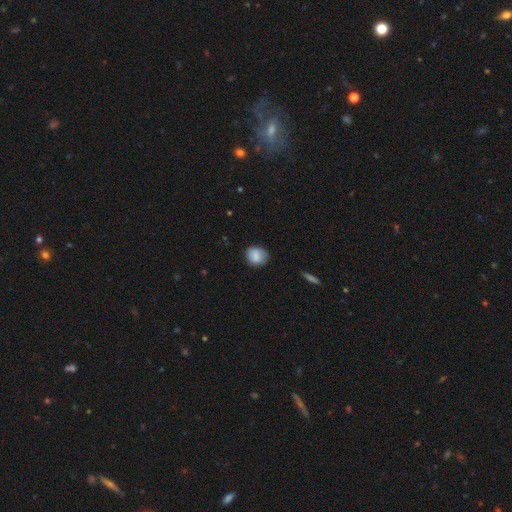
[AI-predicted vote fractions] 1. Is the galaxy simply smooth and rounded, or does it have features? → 83% smooth, 9% featured or disk, 8% star or artifact.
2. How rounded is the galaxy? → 75% round, 23% in between, 1% cigar-shaped.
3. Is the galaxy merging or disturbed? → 79% none, 16% minor disturbance, 3% major disturbance, 1% merger.